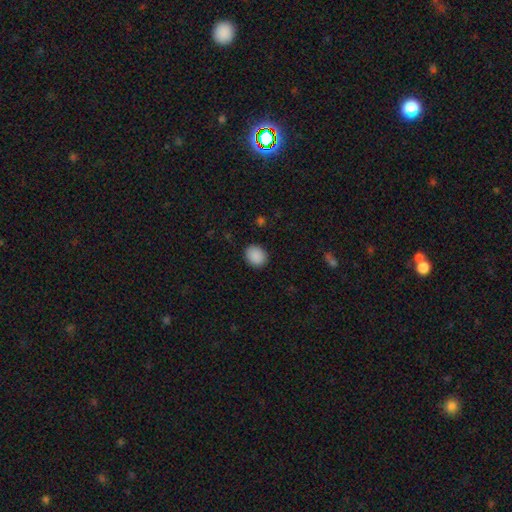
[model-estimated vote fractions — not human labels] A smooth galaxy with no disk features (90%) that is round (60%).

Vote fractions:
- Smooth or featured? smooth: 90% / star or artifact: 8% / featured or disk: 2%
- How rounded? round: 60% / in between: 39% / cigar-shaped: 1%
- Merging? none: 88% / minor disturbance: 8% / major disturbance: 2% / merger: 1%